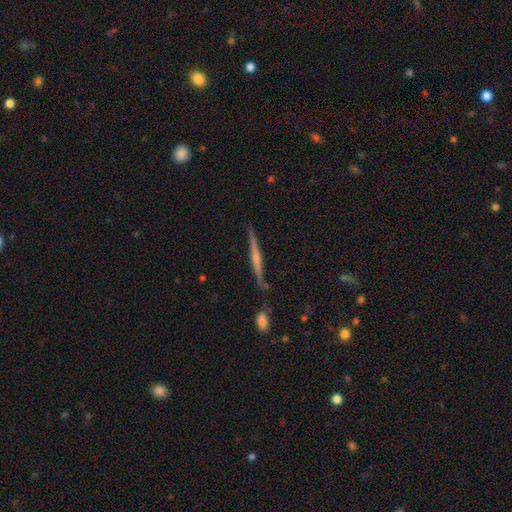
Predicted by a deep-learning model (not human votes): A featured or disk galaxy (68%) viewed edge-on (93%) with a rounded central bulge (63%).

Vote fractions:
- Smooth or featured? featured or disk: 68% / smooth: 20% / star or artifact: 12%
- Edge-on disk? yes: 93% / no: 7%
- Edge-on bulge? rounded: 63% / none: 25% / boxy: 12%
- Merging? none: 82% / minor disturbance: 11% / merger: 4% / major disturbance: 4%